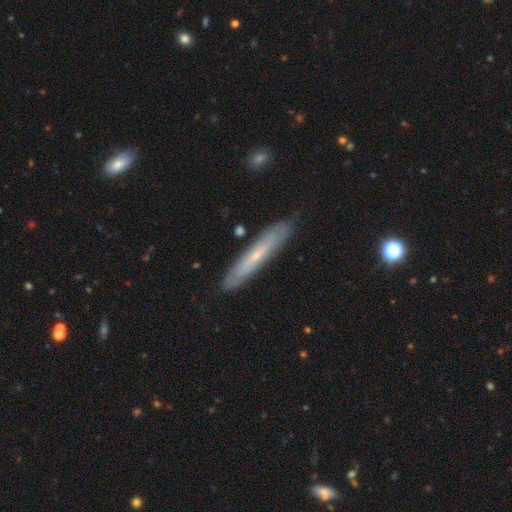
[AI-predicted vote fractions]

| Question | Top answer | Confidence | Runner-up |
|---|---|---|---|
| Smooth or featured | featured or disk | 53% | smooth (40%) |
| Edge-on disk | yes | 73% | no (27%) |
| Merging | none | 86% | minor disturbance (10%) |